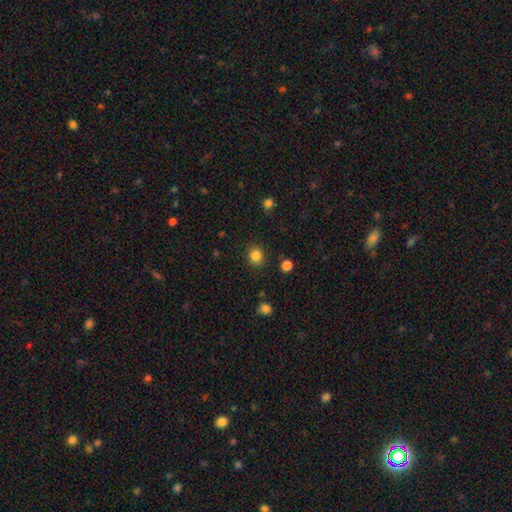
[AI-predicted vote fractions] smooth_or_featured: smooth (p=0.84) [alt: star or artifact p=0.11]
how_rounded: round (p=0.80) [alt: in between p=0.19]
merging: none (p=0.88) [alt: minor disturbance p=0.08]